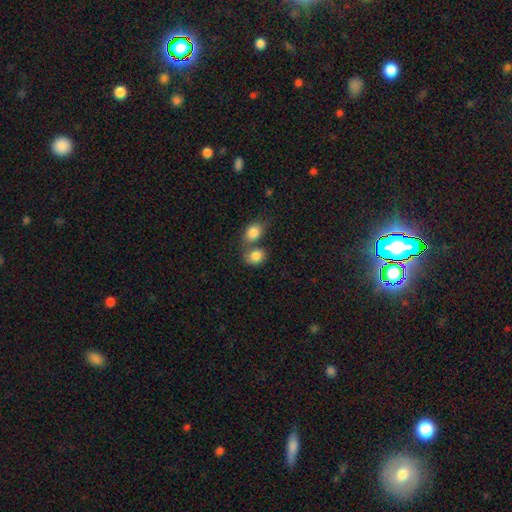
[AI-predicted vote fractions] This appears to be a smooth galaxy with no disk features (84%) that is round (55%). Merging: merger (49%).